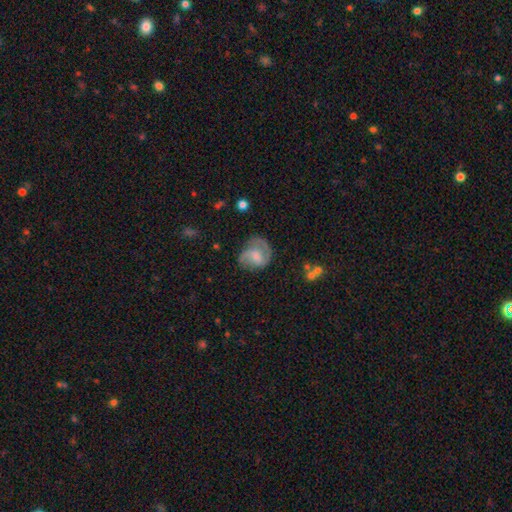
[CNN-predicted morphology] Overall: featured or disk (62%; smooth 31%). Edge-on disk: no (98%). Bar: no (53%; weak 39%). Spiral arms: yes (87%). Spiral arm count: 2 (62%). Spiral winding: medium (48%; tight 26%). Bulge size: small (39%; moderate 34%). Merging: none (52%; minor disturbance 25%).